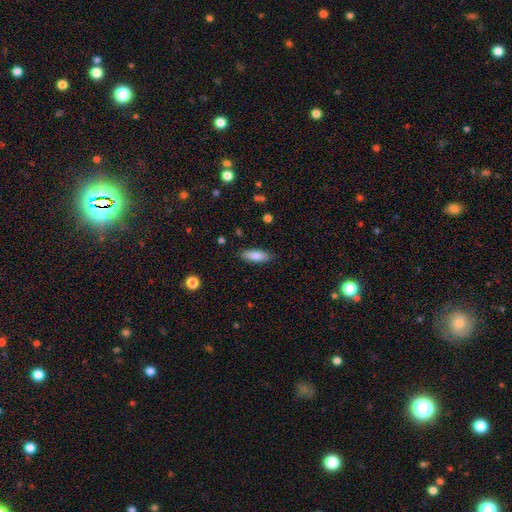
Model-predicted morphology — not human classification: type=smooth (83%); roundness=in between (67%); merging=none (87%).